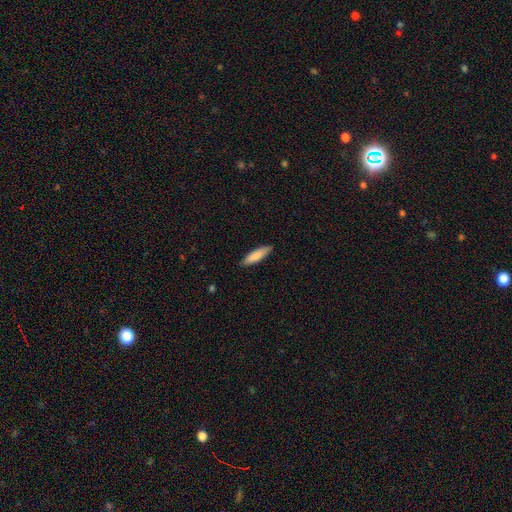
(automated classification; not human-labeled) Q: Smooth or featured?
A: smooth (85%); runner-up: featured or disk (9%)
Q: How rounded?
A: cigar-shaped (69%); runner-up: in between (30%)
Q: Merging?
A: none (87%); runner-up: minor disturbance (11%)